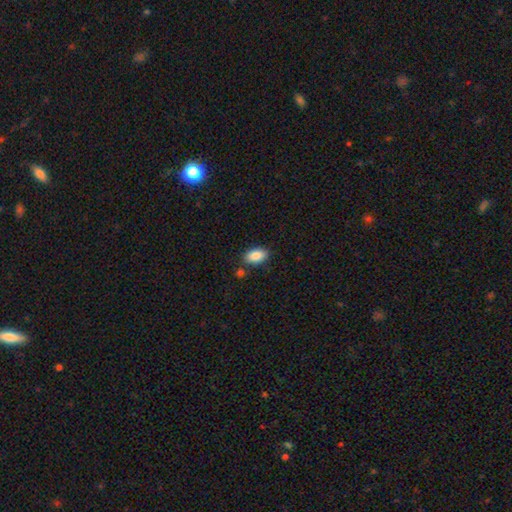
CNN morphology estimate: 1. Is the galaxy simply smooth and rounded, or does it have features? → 87% smooth, 7% star or artifact, 6% featured or disk.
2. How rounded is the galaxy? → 93% in between, 4% round, 3% cigar-shaped.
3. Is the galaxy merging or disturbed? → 80% none, 11% minor disturbance, 6% merger, 3% major disturbance.